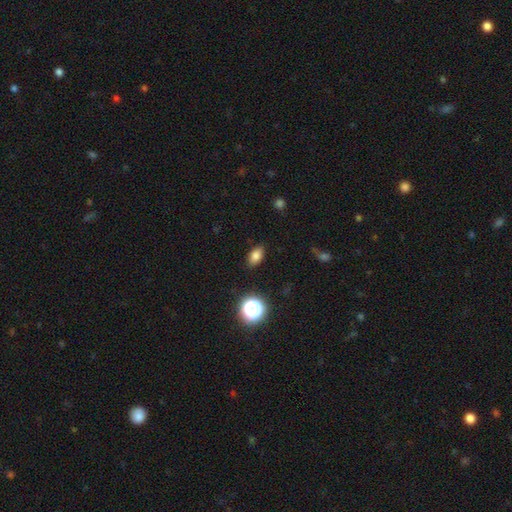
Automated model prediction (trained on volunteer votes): Smooth or featured: smooth — 80% (star or artifact — 13%)
How rounded: in between — 85% (round — 12%)
Merging: none — 87% (minor disturbance — 10%)